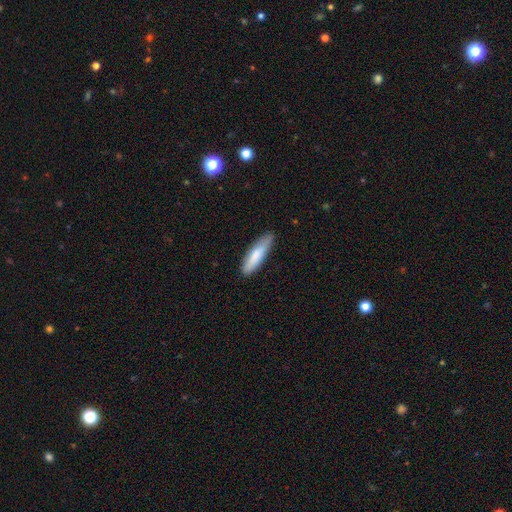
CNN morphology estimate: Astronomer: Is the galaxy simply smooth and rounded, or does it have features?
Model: smooth — 80%.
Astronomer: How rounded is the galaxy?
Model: cigar-shaped — 72%.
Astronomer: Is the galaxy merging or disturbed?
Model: none — 81%.